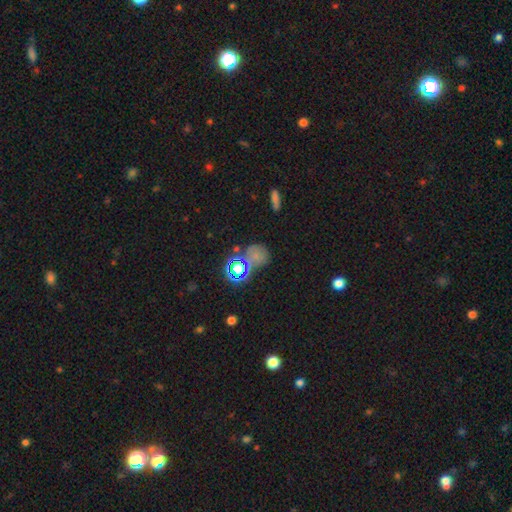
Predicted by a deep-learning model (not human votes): Overall: smooth (51%; star or artifact 37%). How rounded: round (72%). Merging: none (52%; merger 18%).